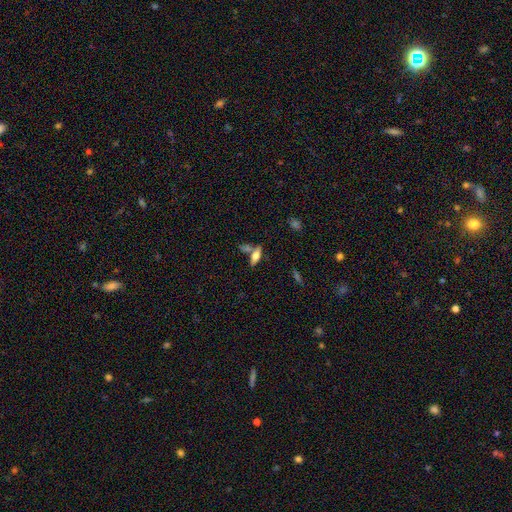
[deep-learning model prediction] Smooth or featured: smooth — 53% (featured or disk — 38%)
How rounded: in between — 50% (cigar-shaped — 47%)
Merging: none — 58% (merger — 26%)